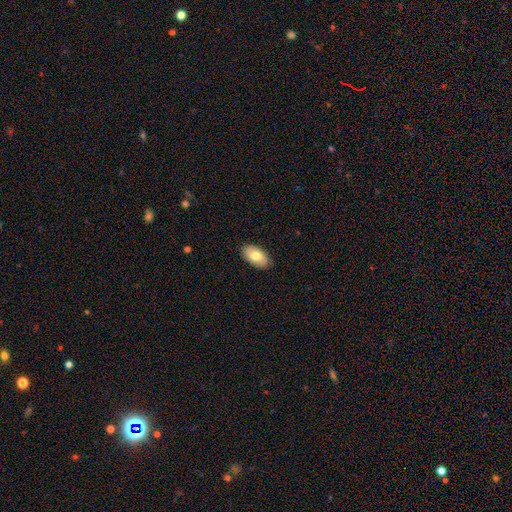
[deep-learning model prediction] Morphology: type=smooth (77%); roundness=in between (95%); merging=none (87%).